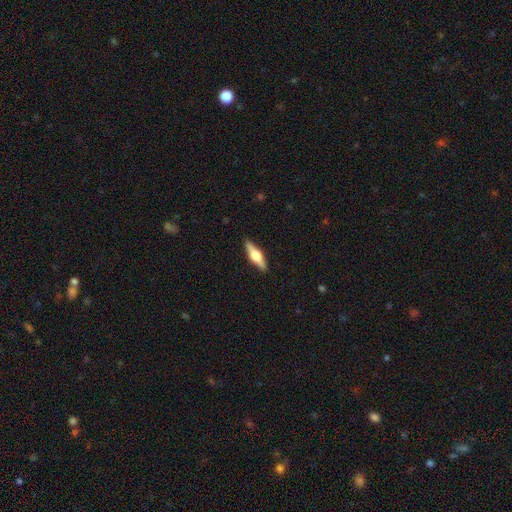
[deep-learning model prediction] This is possibly a featured or disk galaxy (60%). It is clearly viewed edge-on (96%). Edge-on bulge: clearly rounded (92%). Merging: clearly none (90%).